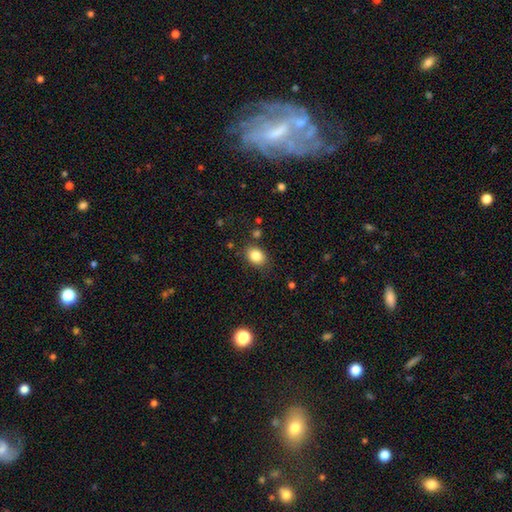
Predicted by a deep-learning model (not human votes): Smooth or featured? smooth (84%)
How rounded? in between (61%)
Merging? none (82%)